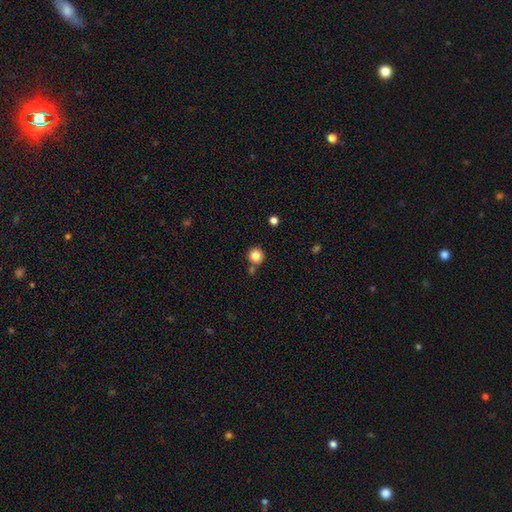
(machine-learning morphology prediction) This is clearly a smooth galaxy (83%). How rounded: clearly round (93%). Merging: likely none (78%).